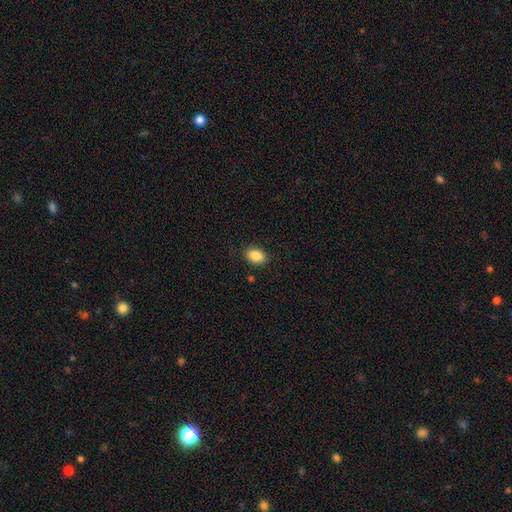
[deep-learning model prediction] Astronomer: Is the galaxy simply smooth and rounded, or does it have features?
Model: smooth — 88%.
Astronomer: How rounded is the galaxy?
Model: in between — 82%.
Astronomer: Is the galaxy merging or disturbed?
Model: none — 87%.